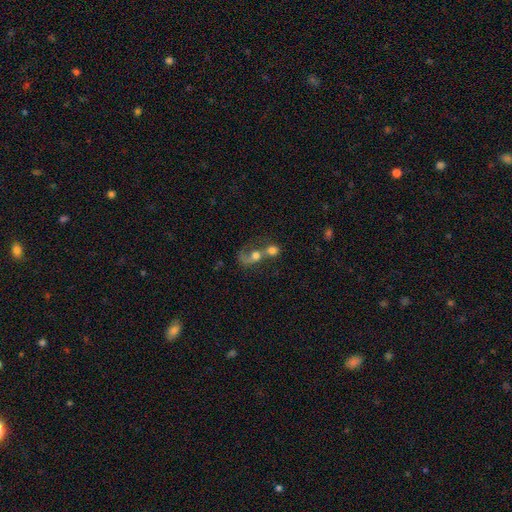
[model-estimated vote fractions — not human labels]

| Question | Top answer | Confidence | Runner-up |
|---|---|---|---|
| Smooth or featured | smooth | 51% | featured or disk (38%) |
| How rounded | round | 53% | in between (43%) |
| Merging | merger | 75% | major disturbance (10%) |